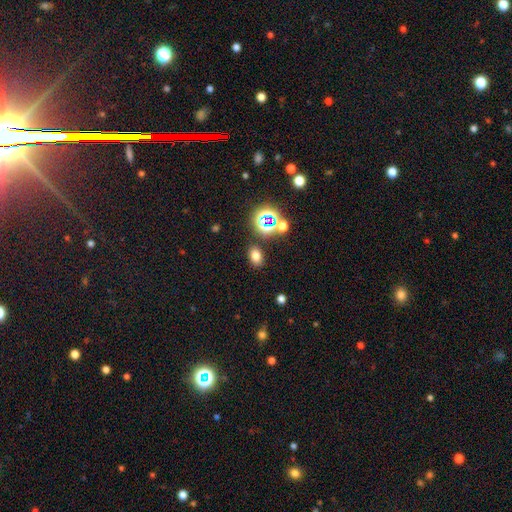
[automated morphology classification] Smooth or featured: smooth — 71% (star or artifact — 22%)
How rounded: in between — 75% (round — 23%)
Merging: none — 83% (minor disturbance — 9%)